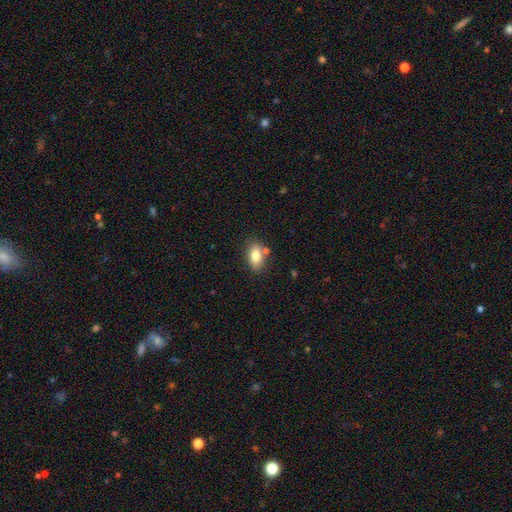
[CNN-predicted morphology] smooth_or_featured: smooth (p=0.80) [alt: featured or disk p=0.12]
how_rounded: in between (p=0.87) [alt: round p=0.09]
merging: none (p=0.74) [alt: minor disturbance p=0.13]